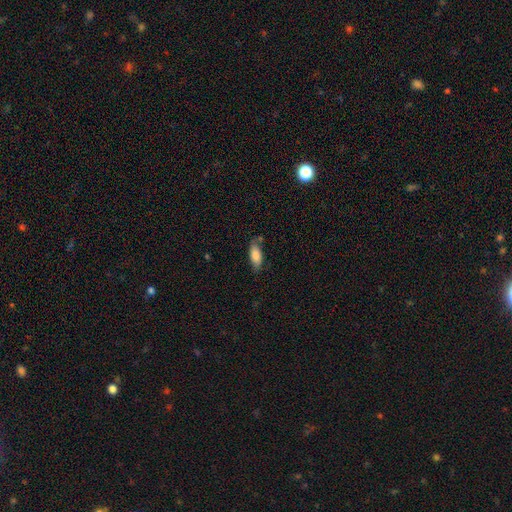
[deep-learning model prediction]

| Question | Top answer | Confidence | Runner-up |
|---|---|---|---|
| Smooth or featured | smooth | 81% | featured or disk (12%) |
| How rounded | in between | 79% | cigar-shaped (19%) |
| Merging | none | 70% | minor disturbance (21%) |